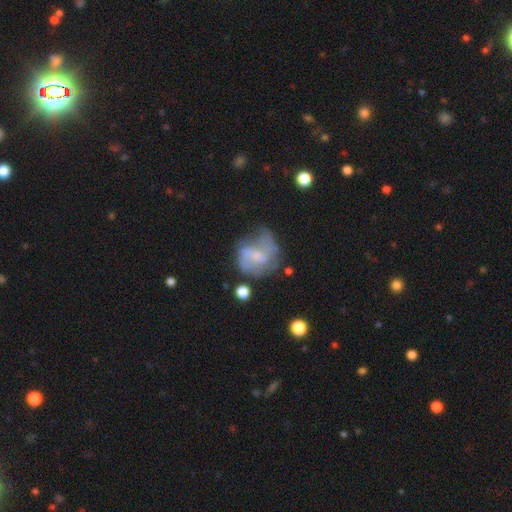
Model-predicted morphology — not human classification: type=featured or disk (58%); edge-on=no (97%); bar=no (56%); spiral arms=yes (60%); bulge=small (38%); merging=none (41%).